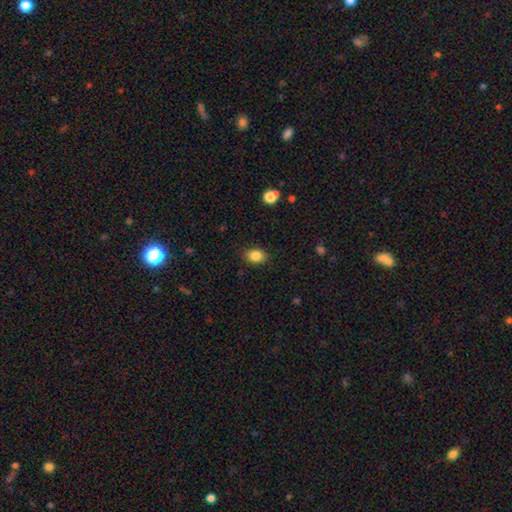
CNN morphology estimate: The model was most divided on "how rounded": in between: 70%, round: 28%, cigar-shaped: 1%. More confident: merging — none (86%); smooth or featured — smooth (85%).